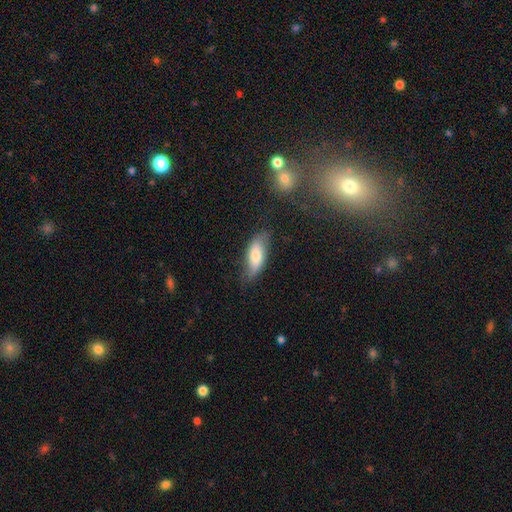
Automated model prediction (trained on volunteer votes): Morphology: type=smooth (67%); roundness=in between (72%); merging=none (67%).